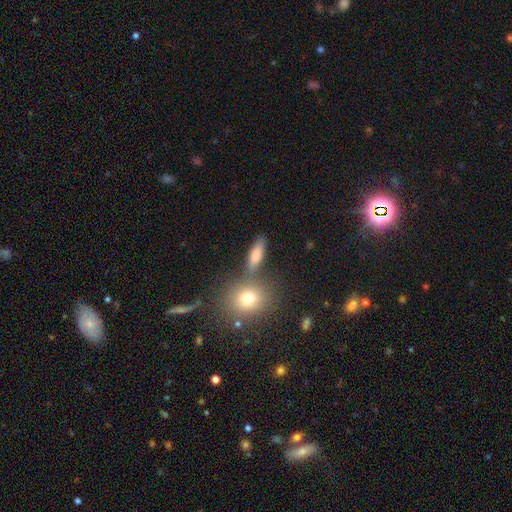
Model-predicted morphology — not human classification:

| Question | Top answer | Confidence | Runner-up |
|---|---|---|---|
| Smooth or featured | smooth | 75% | featured or disk (15%) |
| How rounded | in between | 54% | cigar-shaped (32%) |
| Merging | none | 69% | merger (14%) |